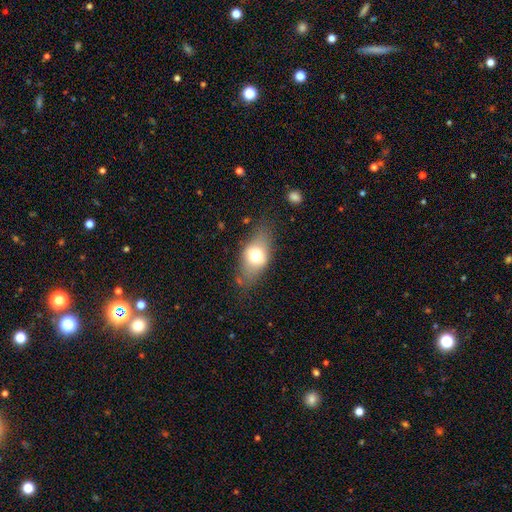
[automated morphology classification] A smooth galaxy with no disk features (65%) that is in between round and cigar-shaped (83%). Merging: none (71%).